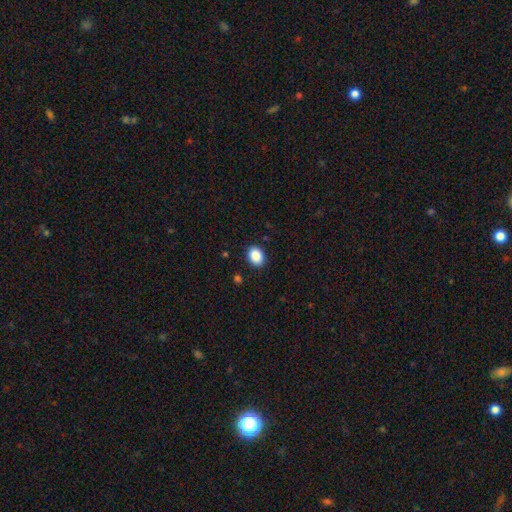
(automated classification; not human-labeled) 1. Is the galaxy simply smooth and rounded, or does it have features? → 89% smooth, 8% star or artifact, 3% featured or disk.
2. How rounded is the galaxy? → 62% in between, 37% round, 1% cigar-shaped.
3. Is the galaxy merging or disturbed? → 89% none, 8% minor disturbance, 2% major disturbance, 1% merger.